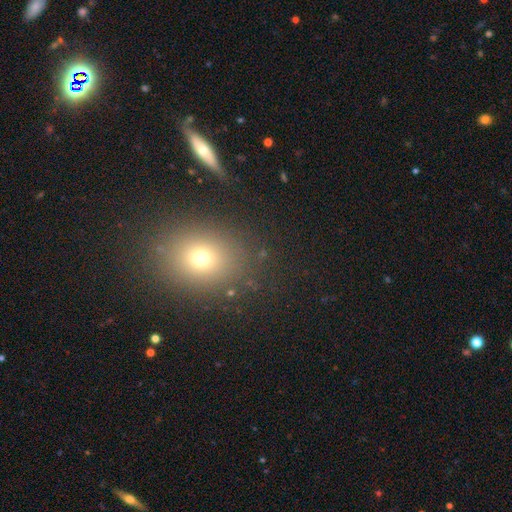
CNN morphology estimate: The model was most divided on "how rounded": round: 56%, in between: 41%, cigar-shaped: 2%. More confident: merging — none (86%); smooth or featured — smooth (60%).